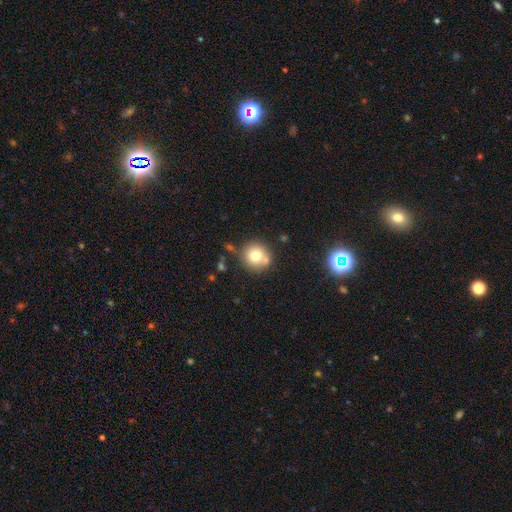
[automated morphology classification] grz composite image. It shows a smooth galaxy with no disk features (74%) that is round (92%). Merging: none (69%).